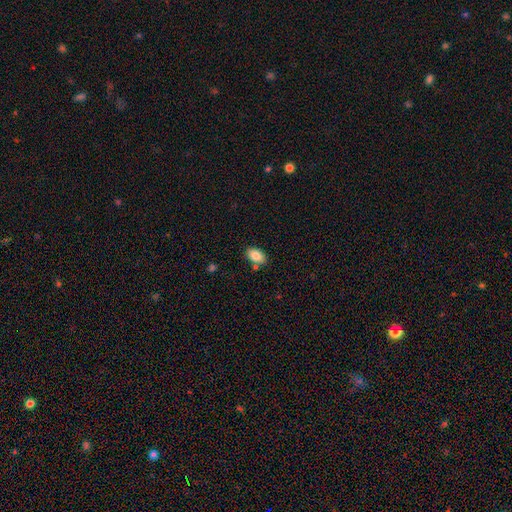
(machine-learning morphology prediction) This is clearly a smooth galaxy (84%). How rounded: clearly in between (91%). Merging: likely none (78%).